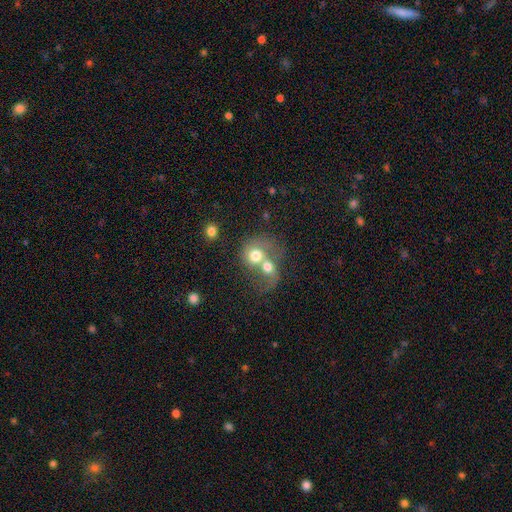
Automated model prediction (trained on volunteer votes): Smooth or featured? smooth (57%)
How rounded? round (65%)
Merging? merger (78%)